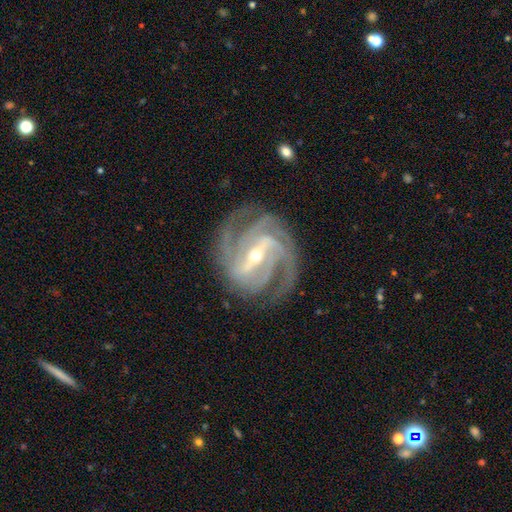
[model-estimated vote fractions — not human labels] Smooth or featured? Predicted: featured or disk (p=0.93). Edge-on disk? Predicted: no (p=0.97). Bar? Predicted: strong (p=0.71). Spiral arms? Predicted: yes (p=0.98). Spiral winding? Predicted: tight (p=0.48). Spiral arm count? Predicted: 3 (p=0.37). Bulge size? Predicted: small (p=0.63). Merging? Predicted: none (p=0.78).